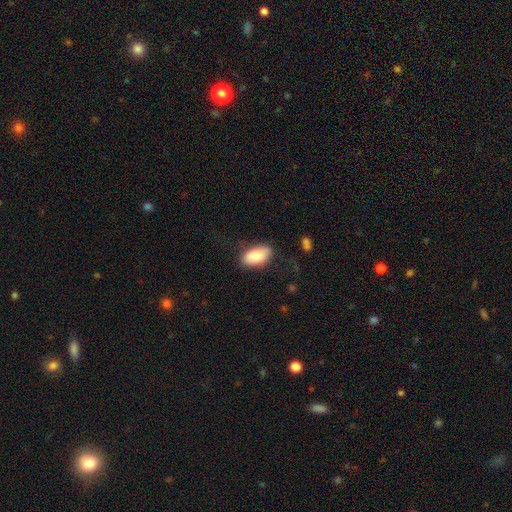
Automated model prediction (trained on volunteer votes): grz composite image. It shows a smooth galaxy with no disk features (83%) that is in between round and cigar-shaped (94%). Merging: none (77%).